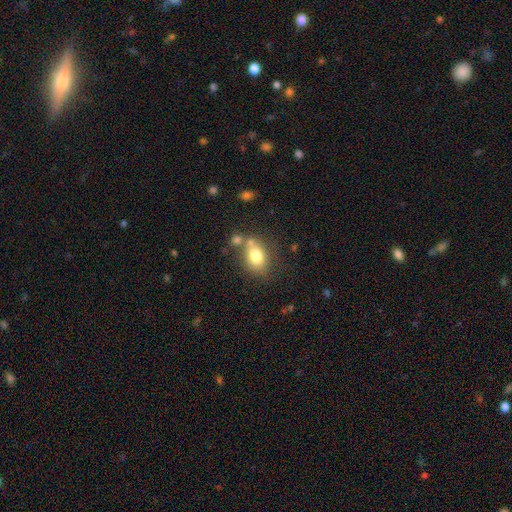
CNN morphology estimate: A smooth galaxy with no disk features (77%) that is in between round and cigar-shaped (69%). Merging: none (56%).